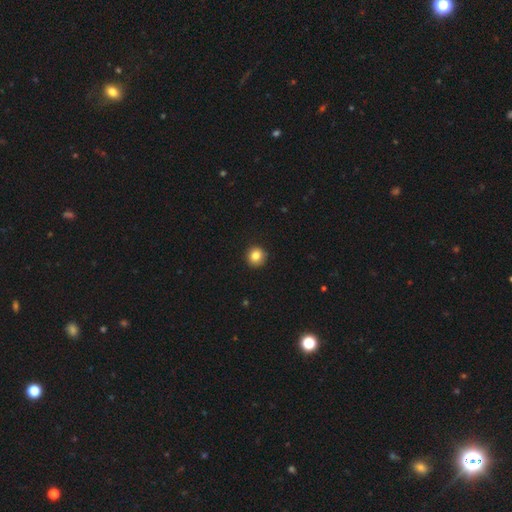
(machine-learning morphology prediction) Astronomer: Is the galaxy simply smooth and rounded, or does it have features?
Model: smooth — 83%.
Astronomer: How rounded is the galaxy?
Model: round — 94%.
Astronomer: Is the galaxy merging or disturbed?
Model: none — 91%.